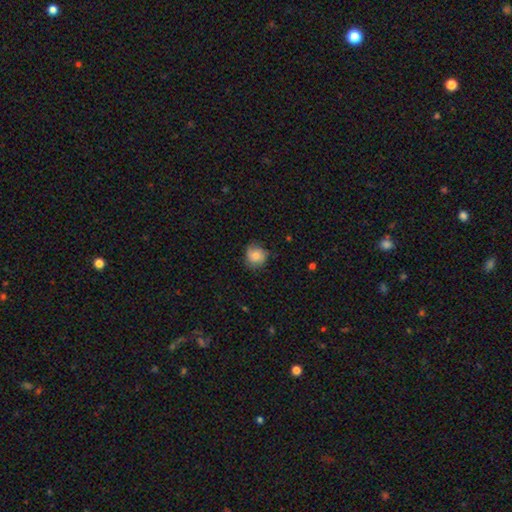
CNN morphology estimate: A smooth galaxy with no disk features (73%) that is round (85%). Merging: none (70%).